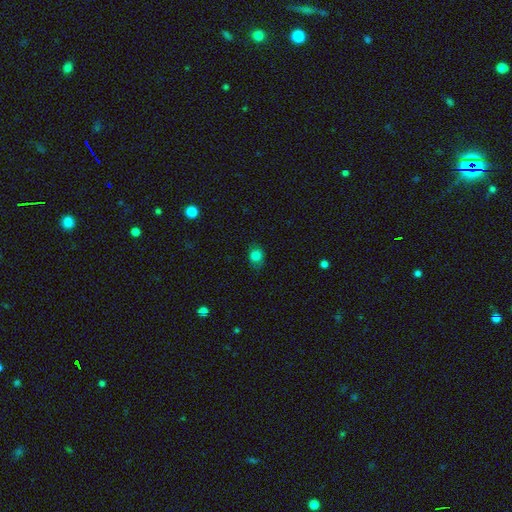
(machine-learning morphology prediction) Smooth or featured? Predicted: smooth (p=0.82). How rounded? Predicted: round (p=0.58). Merging? Predicted: none (p=0.76).